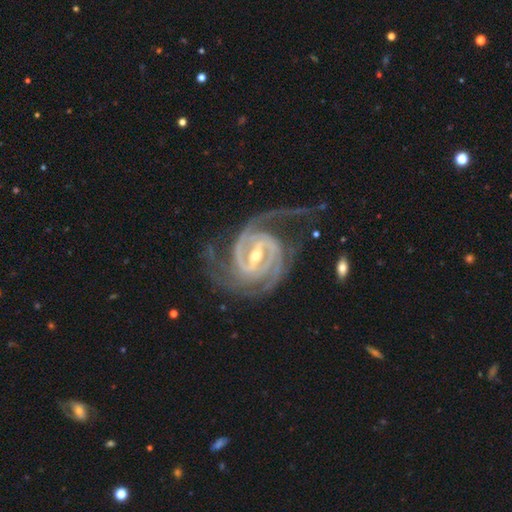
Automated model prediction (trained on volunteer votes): A featured or disk galaxy (94%) with a strong bar (65%), 2 (49%) tight (60%) spiral arms (99%) and a moderate central bulge (51%). Merging: none (62%).